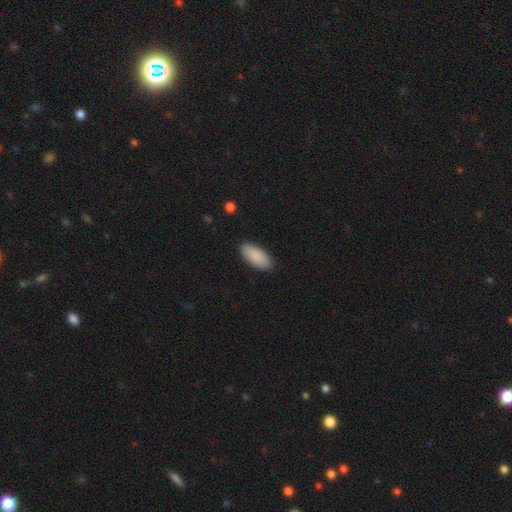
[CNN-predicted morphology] A smooth galaxy with no disk features (90%) that is in between round and cigar-shaped (90%). Merging: none (88%).